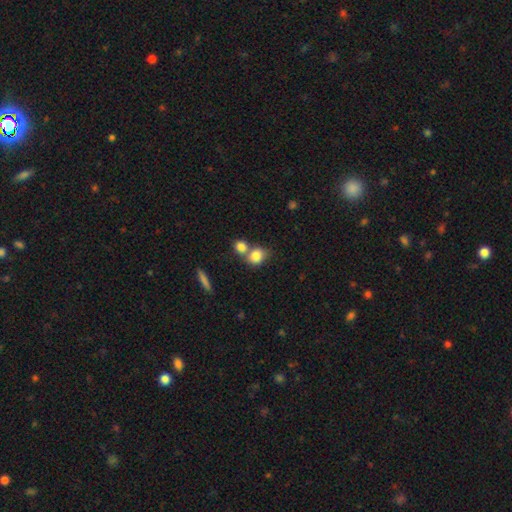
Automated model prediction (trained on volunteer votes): Q: Smooth or featured?
A: smooth (82%); runner-up: featured or disk (9%)
Q: How rounded?
A: round (64%); runner-up: in between (35%)
Q: Merging?
A: merger (50%); runner-up: none (37%)